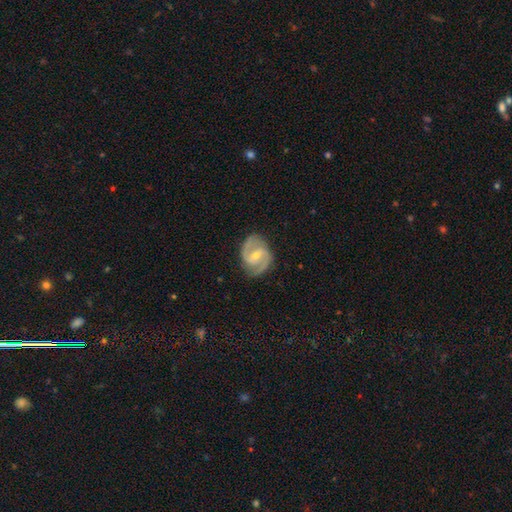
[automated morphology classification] This appears to be a featured or disk galaxy (90%) with a weak bar (52%), 2 (92%) medium (59%) spiral arms (97%) and a small central bulge (55%). Merging: none (81%).